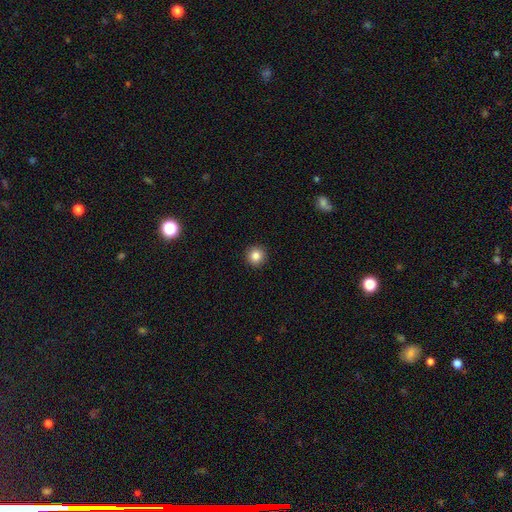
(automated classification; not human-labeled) Morphology: type=smooth (85%); roundness=round (95%); merging=none (93%).